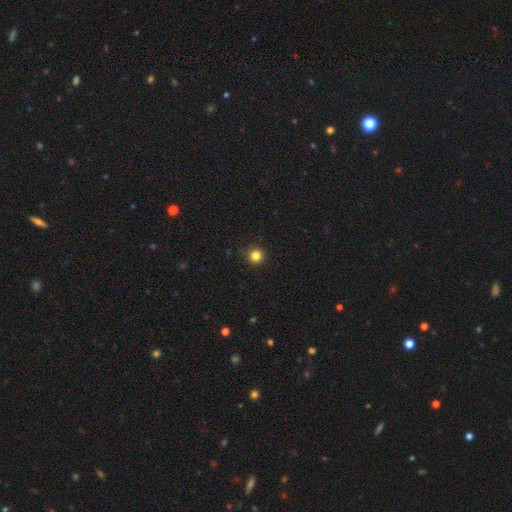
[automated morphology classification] A smooth galaxy with no disk features (83%) that is round (95%).

Vote fractions:
- Smooth or featured? smooth: 83% / star or artifact: 13% / featured or disk: 4%
- How rounded? round: 95% / in between: 4% / cigar-shaped: 1%
- Merging? none: 91% / minor disturbance: 6% / major disturbance: 2% / merger: 1%